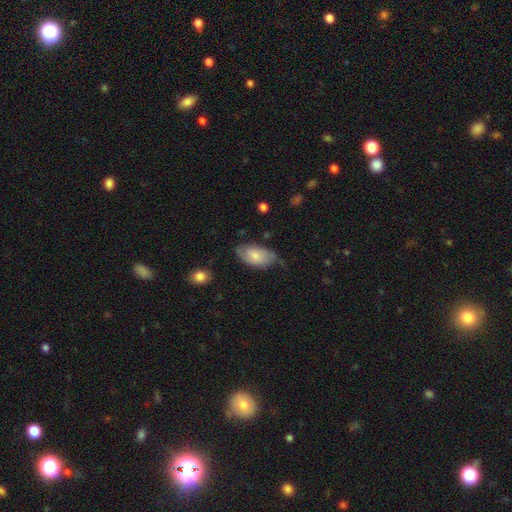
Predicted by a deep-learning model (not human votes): Smooth or featured?
  - smooth: 65% *
  - featured or disk: 29%
  - star or artifact: 7%
How rounded?
  - in between: 94% *
  - round: 4%
  - cigar-shaped: 2%
Merging?
  - none: 56% *
  - minor disturbance: 32%
  - major disturbance: 9%
  - merger: 2%